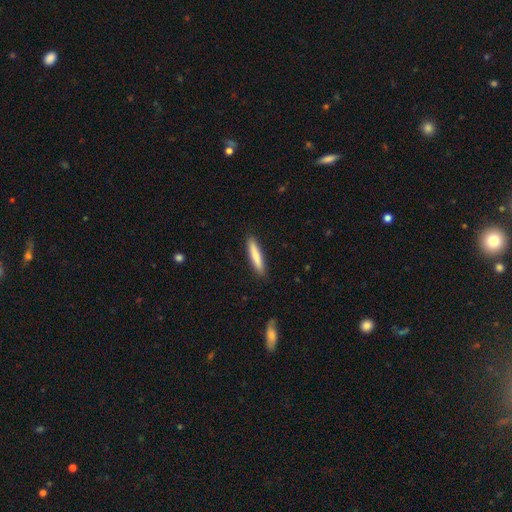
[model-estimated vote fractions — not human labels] Q: Smooth or featured?
A: smooth (79%); runner-up: featured or disk (15%)
Q: How rounded?
A: cigar-shaped (91%); runner-up: in between (8%)
Q: Merging?
A: none (90%); runner-up: minor disturbance (8%)